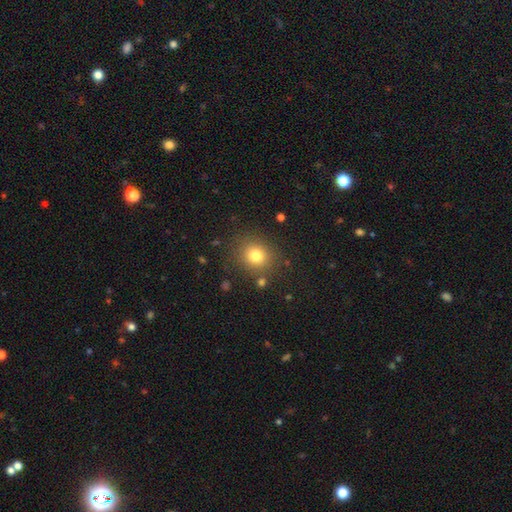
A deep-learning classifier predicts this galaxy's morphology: This appears to be a smooth galaxy with no disk features (78%) that is round (82%). Merging: none (84%).